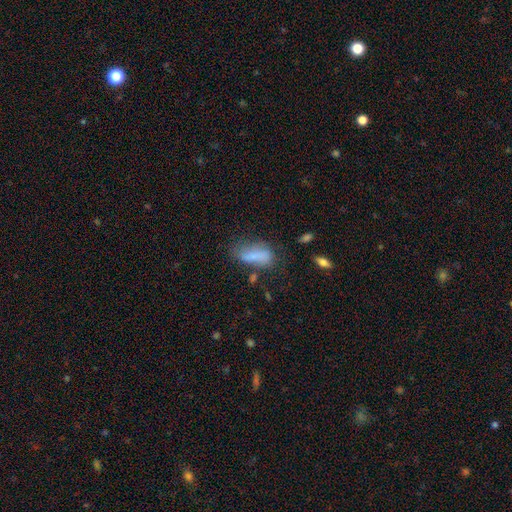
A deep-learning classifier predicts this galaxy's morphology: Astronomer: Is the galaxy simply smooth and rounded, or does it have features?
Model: smooth — 75%.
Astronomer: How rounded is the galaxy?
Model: in between — 80%.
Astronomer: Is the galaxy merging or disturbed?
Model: none — 49% (runner-up: minor disturbance, 28%).